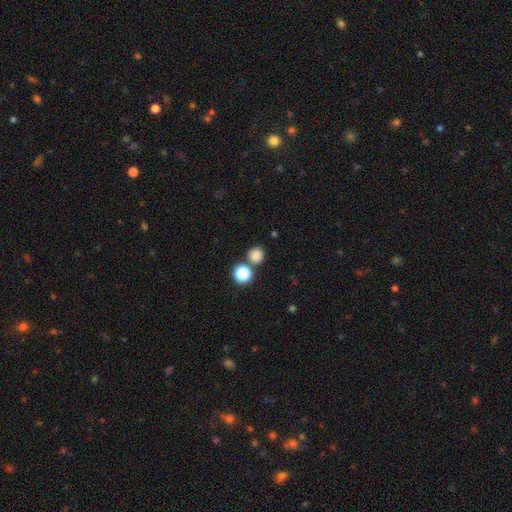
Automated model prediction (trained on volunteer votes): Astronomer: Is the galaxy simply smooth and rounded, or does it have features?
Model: smooth — 81%.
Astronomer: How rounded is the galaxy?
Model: round — 89%.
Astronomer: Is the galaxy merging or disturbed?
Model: none — 74%.